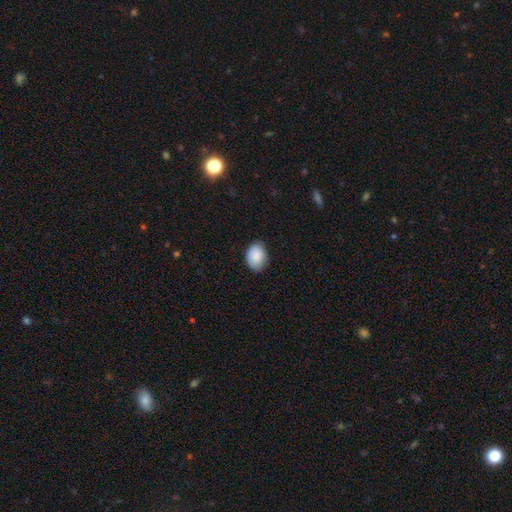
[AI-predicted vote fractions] Smooth or featured?
  - smooth: 88% *
  - star or artifact: 7%
  - featured or disk: 5%
How rounded?
  - in between: 77% *
  - round: 22%
  - cigar-shaped: 1%
Merging?
  - none: 83% *
  - minor disturbance: 14%
  - major disturbance: 2%
  - merger: 1%